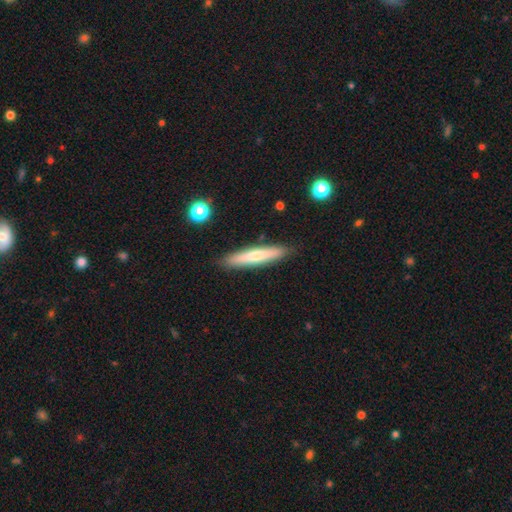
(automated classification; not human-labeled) A smooth galaxy with no disk features (67%) that is cigar-shaped (91%).

Vote fractions:
- Smooth or featured? smooth: 67% / featured or disk: 27% / star or artifact: 6%
- How rounded? cigar-shaped: 91% / in between: 8% / round: 1%
- Merging? none: 88% / minor disturbance: 8% / major disturbance: 2% / merger: 1%